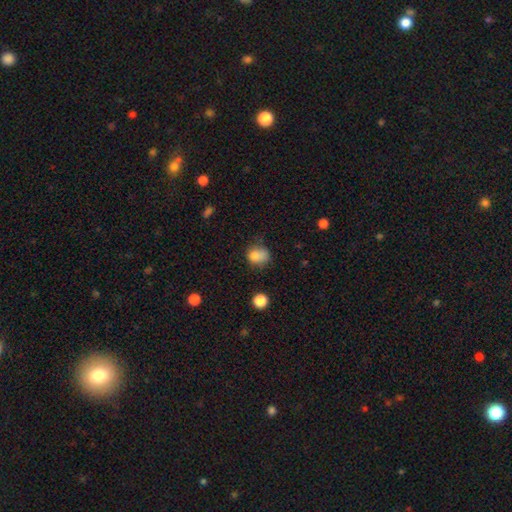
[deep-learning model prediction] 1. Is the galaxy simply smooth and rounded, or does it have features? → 80% smooth, 11% star or artifact, 9% featured or disk.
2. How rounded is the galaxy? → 58% round, 41% in between, 1% cigar-shaped.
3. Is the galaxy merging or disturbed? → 48% none, 32% minor disturbance, 14% major disturbance, 5% merger.